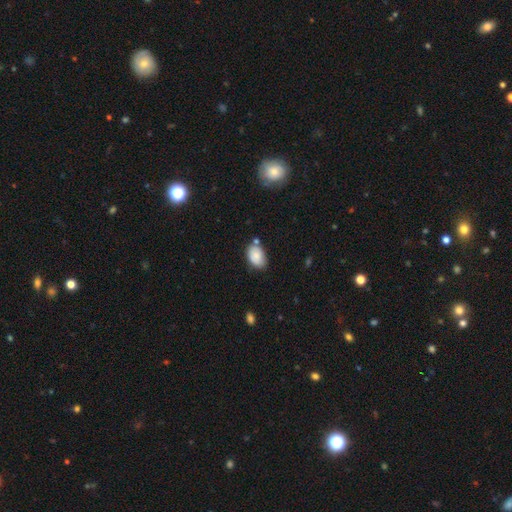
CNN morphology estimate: The model was most divided on "merging": none: 64%, minor disturbance: 23%, merger: 9%, major disturbance: 4%. More confident: how rounded — in between (87%); smooth or featured — smooth (82%).